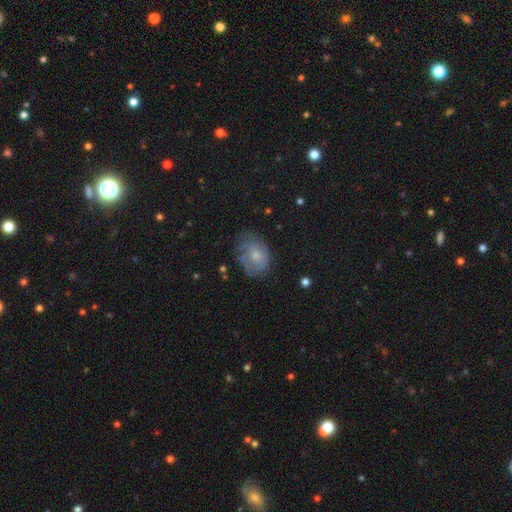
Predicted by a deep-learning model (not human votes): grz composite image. It shows a smooth galaxy with no disk features (47%). Merging: none (54%).